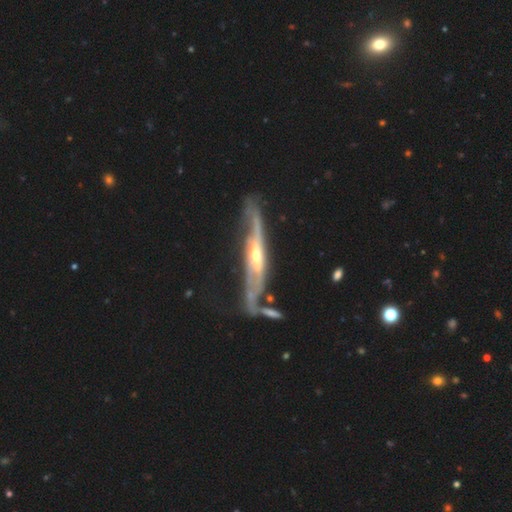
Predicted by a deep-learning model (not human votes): smooth-or-featured: featured or disk: 86% | smooth: 9% | star or artifact: 5%
  disk-edge-on: yes: 59% | no: 41%
    edge-on-bulge: rounded: 74% | none: 18% | boxy: 8%
  merging: none: 57% | minor disturbance: 22% | major disturbance: 11% | merger: 10%